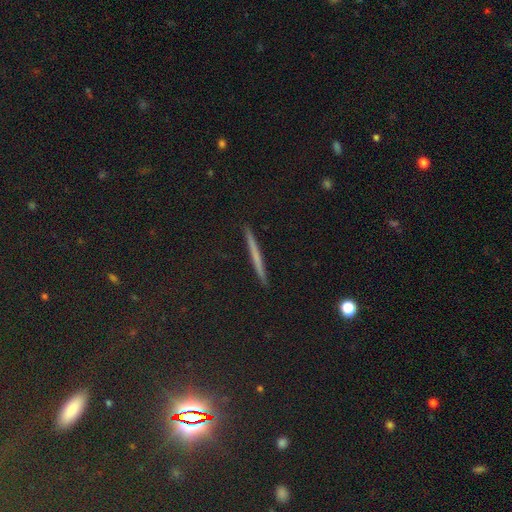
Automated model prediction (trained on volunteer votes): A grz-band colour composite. It shows a smooth galaxy with no disk features (41%). Merging: none (92%).